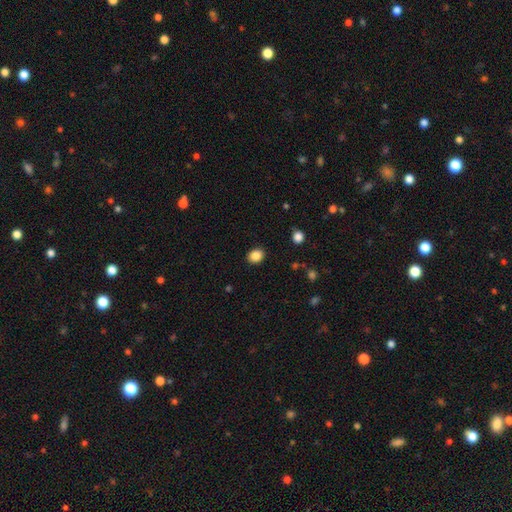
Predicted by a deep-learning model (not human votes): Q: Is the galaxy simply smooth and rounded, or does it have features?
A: smooth — 87%.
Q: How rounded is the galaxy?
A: round — 60%.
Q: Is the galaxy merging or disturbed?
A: none — 89%.